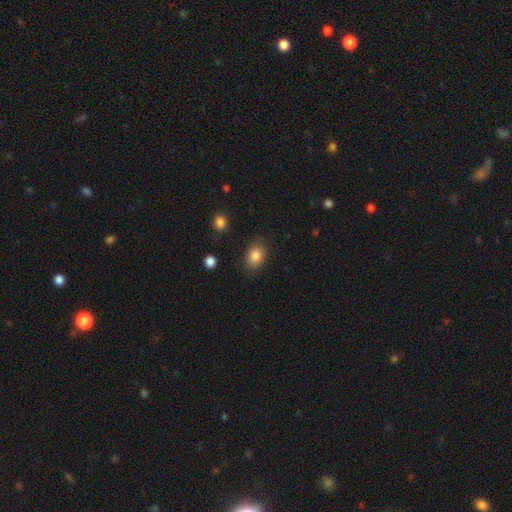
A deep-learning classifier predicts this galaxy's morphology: Smooth or featured? smooth (84%)
How rounded? in between (71%)
Merging? none (82%)